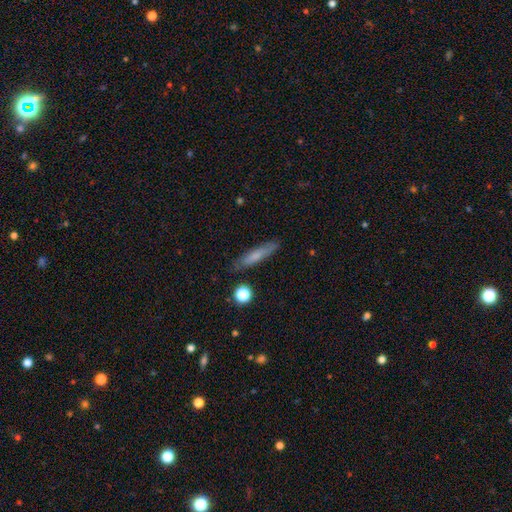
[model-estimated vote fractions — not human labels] This is likely a smooth galaxy (68%). How rounded: clearly cigar-shaped (87%). Merging: clearly none (84%).